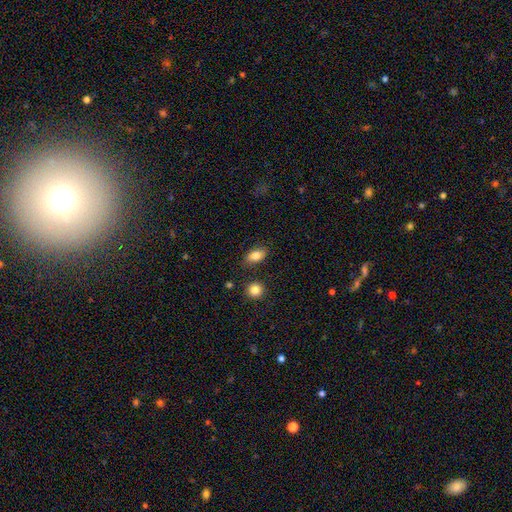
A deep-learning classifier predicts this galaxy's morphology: A smooth galaxy with no disk features (81%) that is in between round and cigar-shaped (86%). Merging: none (83%).